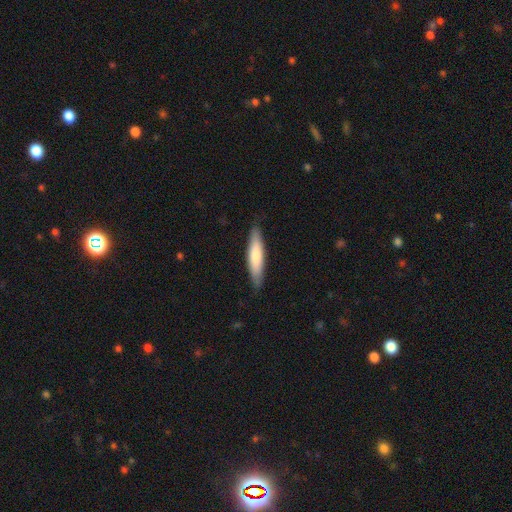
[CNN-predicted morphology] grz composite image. It shows a smooth galaxy with no disk features (74%) that is cigar-shaped (80%). Merging: none (85%).